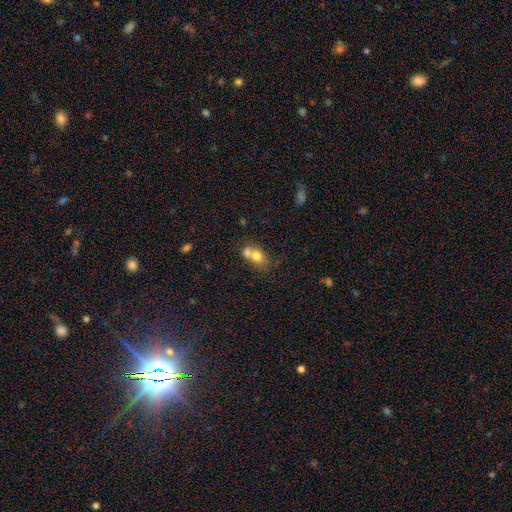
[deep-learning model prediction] A smooth galaxy with no disk features (72%) that is in between round and cigar-shaped (54%).

Vote fractions:
- Smooth or featured? smooth: 72% / featured or disk: 18% / star or artifact: 10%
- How rounded? in between: 54% / round: 44% / cigar-shaped: 2%
- Merging? merger: 63% / none: 25% / minor disturbance: 8% / major disturbance: 4%